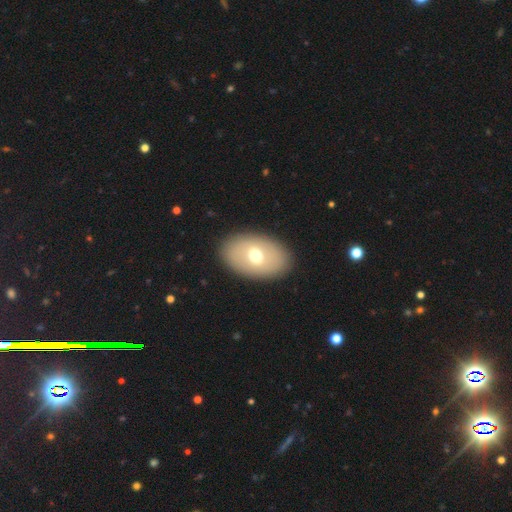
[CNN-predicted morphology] This appears to be a smooth galaxy with no disk features (62%) that is in between round and cigar-shaped (87%). Merging: none (88%).